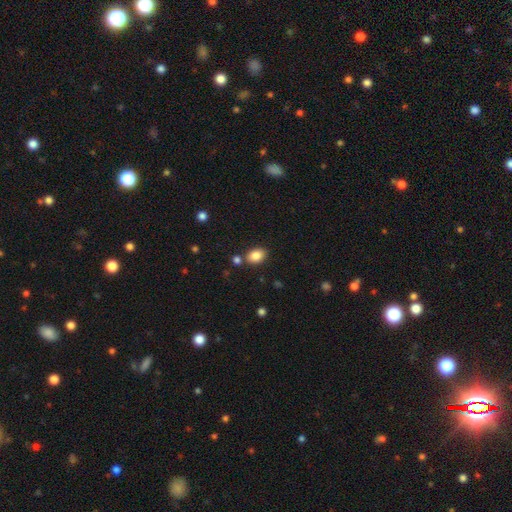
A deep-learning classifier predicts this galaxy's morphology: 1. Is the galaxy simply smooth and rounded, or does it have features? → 86% smooth, 9% star or artifact, 5% featured or disk.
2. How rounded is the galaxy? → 80% in between, 19% round, 1% cigar-shaped.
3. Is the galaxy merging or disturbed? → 78% none, 11% minor disturbance, 9% merger, 3% major disturbance.